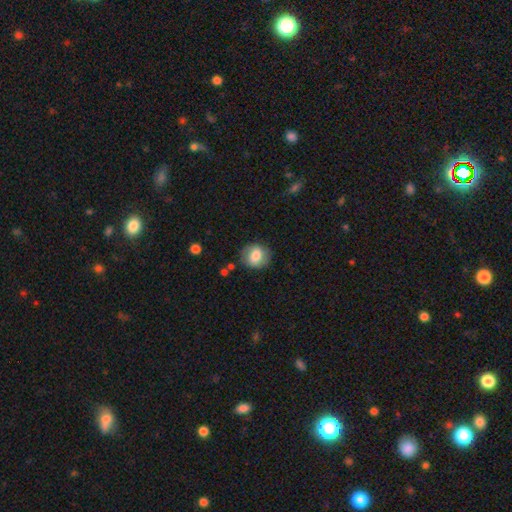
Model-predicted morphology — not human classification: A smooth galaxy with no disk features (75%) that is round (72%). Merging: none (81%).